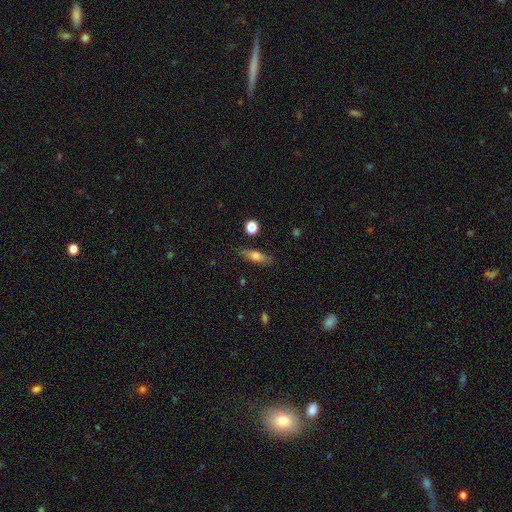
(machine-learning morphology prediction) Smooth or featured?
  - smooth: 63% *
  - featured or disk: 29%
  - star or artifact: 8%
How rounded?
  - cigar-shaped: 49% *
  - in between: 46%
  - round: 5%
Merging?
  - none: 81% *
  - minor disturbance: 13%
  - major disturbance: 3%
  - merger: 2%